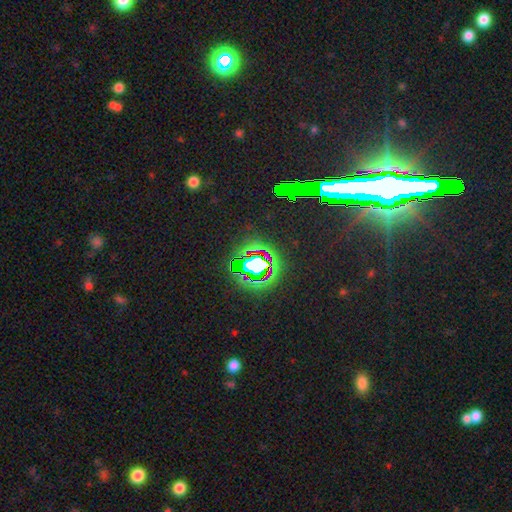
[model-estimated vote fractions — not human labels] Overall: star or artifact (75%).